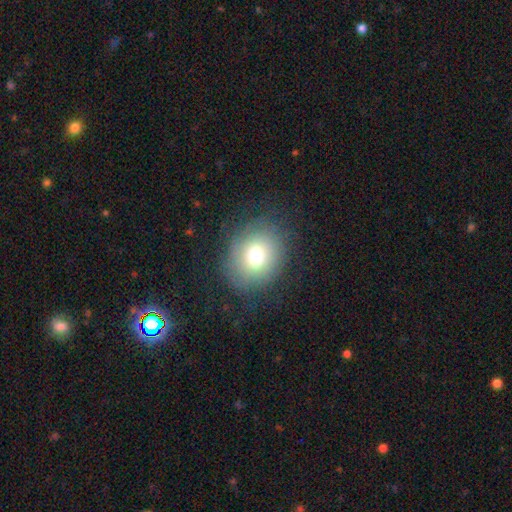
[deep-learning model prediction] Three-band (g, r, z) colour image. It shows a smooth galaxy with no disk features (72%) that is round (61%). Merging: none (77%).